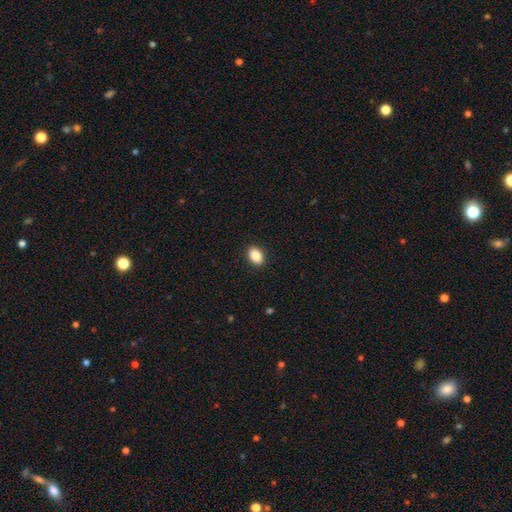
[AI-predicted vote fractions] This is clearly a smooth galaxy (89%). How rounded: clearly in between (86%). Merging: clearly none (90%).